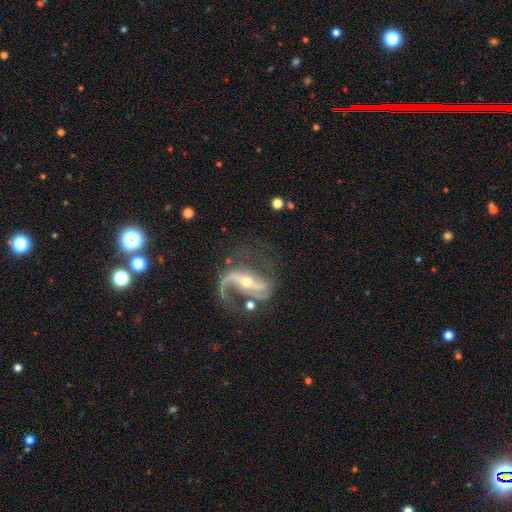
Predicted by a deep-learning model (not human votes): A featured or disk galaxy (77%) with a strong bar (47%), 2 (58%) loose (42%) spiral arms (78%) and a small central bulge (49%).

Vote fractions:
- Smooth or featured? featured or disk: 77% / star or artifact: 12% / smooth: 10%
- Edge-on disk? no: 90% / yes: 10%
- Bar? strong: 47% / weak: 30% / no: 23%
- Spiral arms? yes: 78% / no: 22%
- Spiral winding? loose: 42% / medium: 37% / tight: 20%
- Spiral arm count? 2: 58% / 1: 21% / can't tell: 13% / 3: 3% / 4: 2% / more than 4: 2%
- Bulge size? small: 49% / moderate: 42% / none: 4% / large: 4% / dominant: 2%
- Merging? none: 44% / major disturbance: 29% / minor disturbance: 16% / merger: 11%